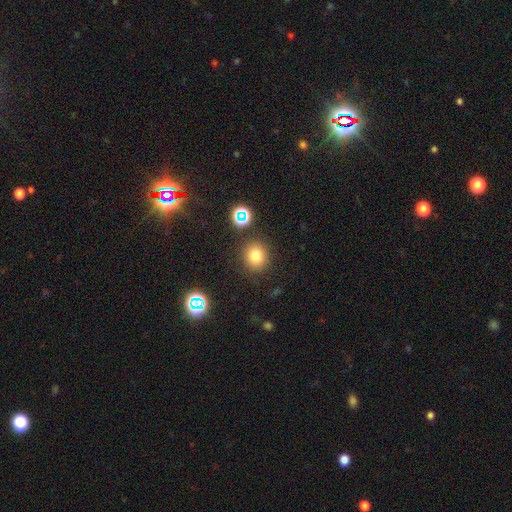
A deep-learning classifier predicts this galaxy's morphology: A smooth galaxy with no disk features (77%) that is round (84%).

Vote fractions:
- Smooth or featured? smooth: 77% / star or artifact: 16% / featured or disk: 7%
- How rounded? round: 84% / in between: 15% / cigar-shaped: 1%
- Merging? none: 87% / minor disturbance: 8% / merger: 3% / major disturbance: 3%